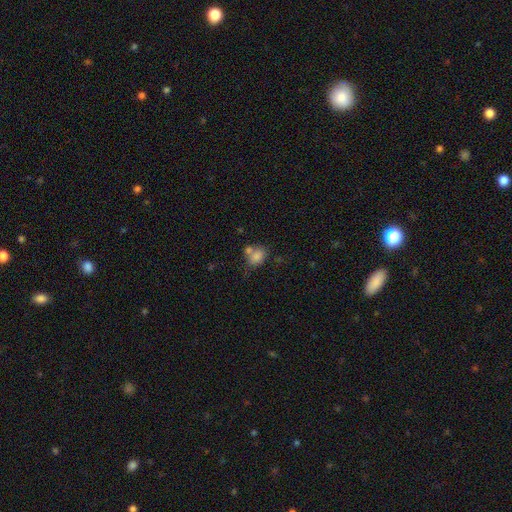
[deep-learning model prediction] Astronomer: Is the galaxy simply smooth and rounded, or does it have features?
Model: smooth — 80%.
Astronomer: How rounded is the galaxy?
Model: in between — 58% (runner-up: round, 40%).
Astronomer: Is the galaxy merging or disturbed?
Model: none — 43% (runner-up: merger, 34%).